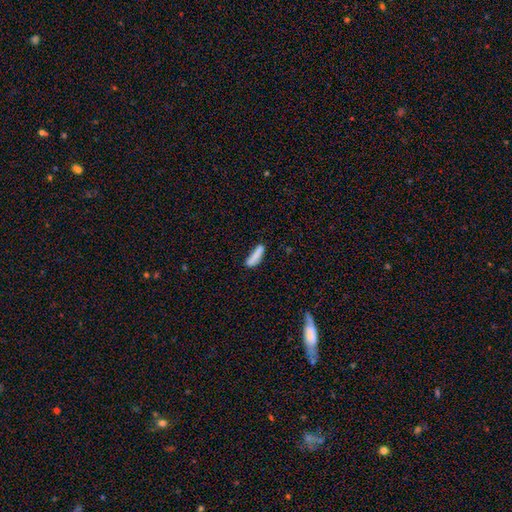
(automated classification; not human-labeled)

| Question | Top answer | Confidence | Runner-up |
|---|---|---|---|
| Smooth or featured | smooth | 81% | featured or disk (11%) |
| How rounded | cigar-shaped | 62% | in between (36%) |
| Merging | none | 60% | minor disturbance (24%) |